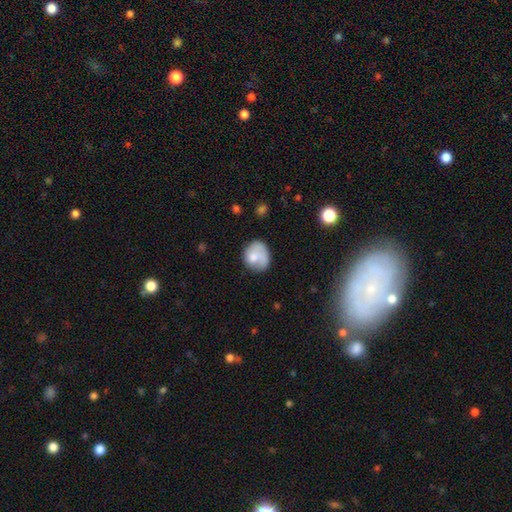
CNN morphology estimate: A smooth galaxy with no disk features (66%) that is round (65%). Merging: none (47%).